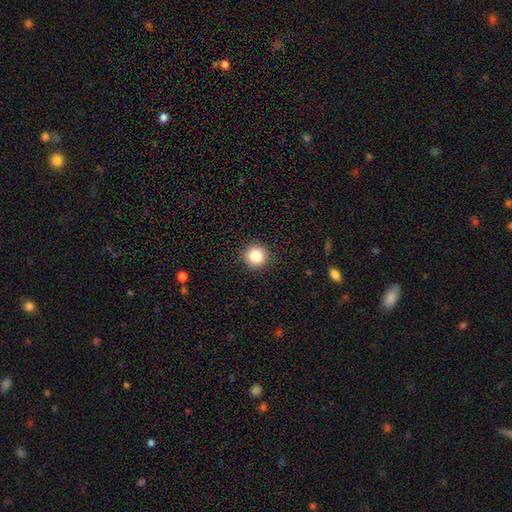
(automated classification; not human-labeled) Smooth or featured? Predicted: smooth (p=0.85). How rounded? Predicted: round (p=0.95). Merging? Predicted: none (p=0.92).